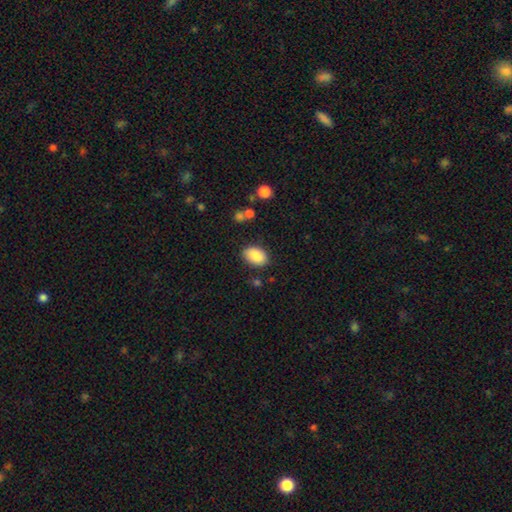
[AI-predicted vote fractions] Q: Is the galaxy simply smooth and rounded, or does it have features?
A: smooth — 87%.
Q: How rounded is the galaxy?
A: in between — 89%.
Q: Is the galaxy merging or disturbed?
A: none — 81%.